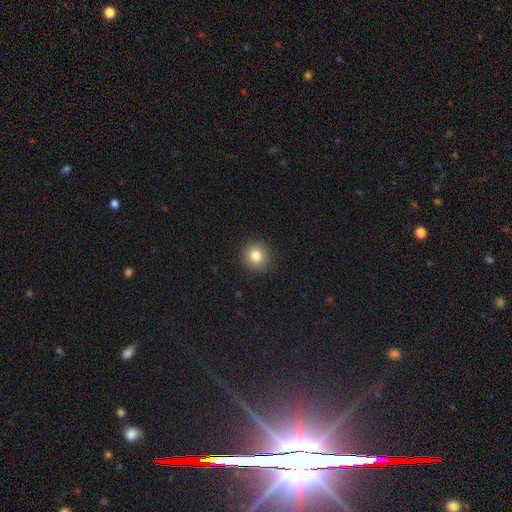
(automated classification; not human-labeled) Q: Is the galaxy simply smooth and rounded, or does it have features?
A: smooth — 83%.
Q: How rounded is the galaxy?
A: round — 89%.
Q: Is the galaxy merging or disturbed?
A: none — 91%.